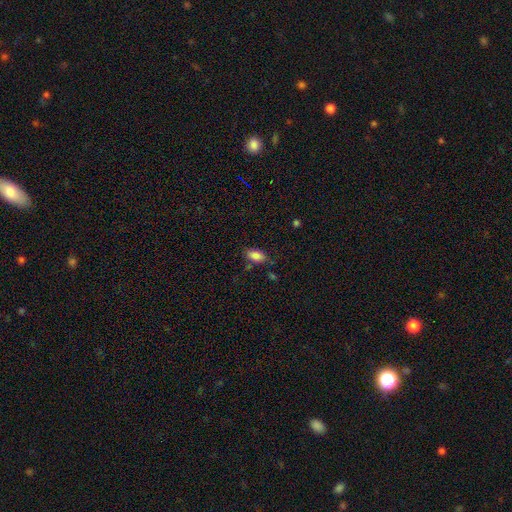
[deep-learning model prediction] Smooth or featured? Predicted: smooth (p=0.86). How rounded? Predicted: in between (p=0.91). Merging? Predicted: none (p=0.75).